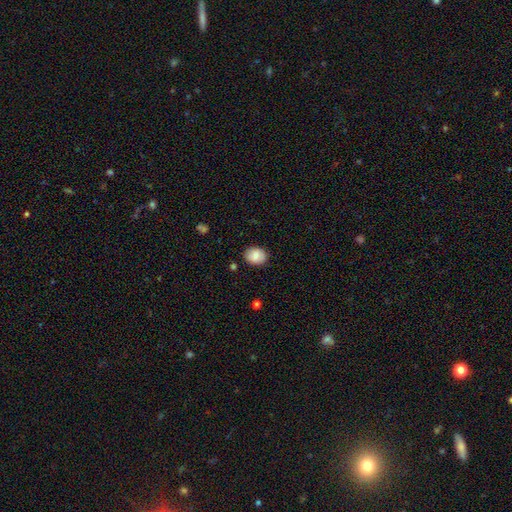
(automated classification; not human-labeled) smooth_or_featured: smooth (p=0.83) [alt: featured or disk p=0.10]
how_rounded: in between (p=0.55) [alt: round p=0.44]
merging: none (p=0.86) [alt: minor disturbance p=0.11]